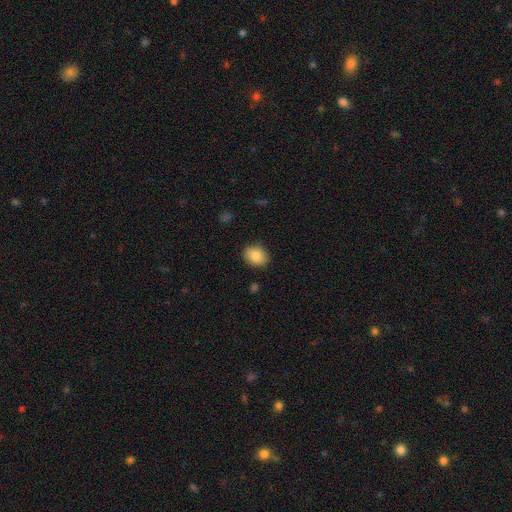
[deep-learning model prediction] smooth_or_featured: smooth (p=0.86) [alt: star or artifact p=0.08]
how_rounded: in between (p=0.52) [alt: round p=0.47]
merging: none (p=0.86) [alt: minor disturbance p=0.11]